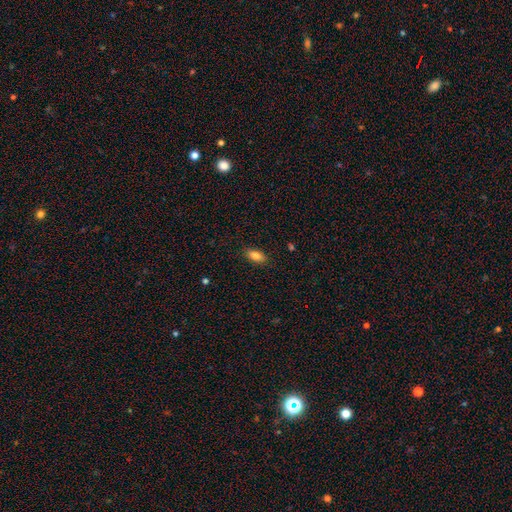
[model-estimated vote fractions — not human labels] The model was most divided on "smooth or featured": smooth: 84%, star or artifact: 8%, featured or disk: 8%. More confident: merging — none (87%); how rounded — in between (87%).